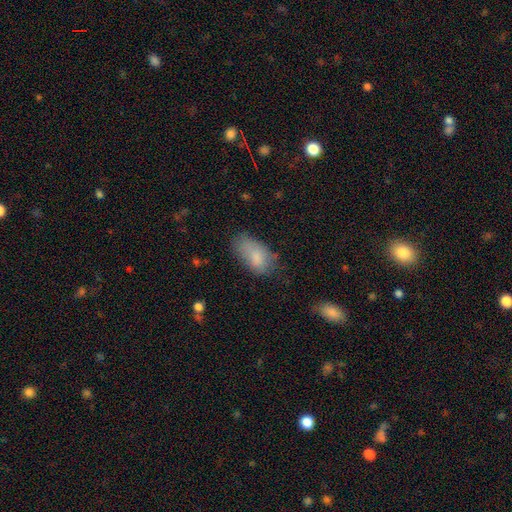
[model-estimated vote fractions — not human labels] The model was most divided on "merging": none: 53%, minor disturbance: 32%, major disturbance: 12%, merger: 3%. More confident: how rounded — in between (93%); smooth or featured — smooth (81%).